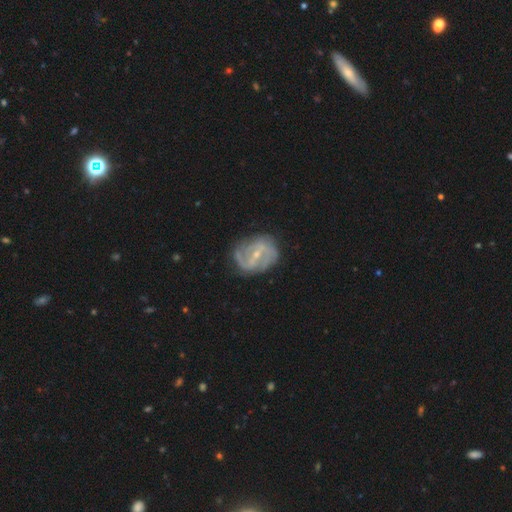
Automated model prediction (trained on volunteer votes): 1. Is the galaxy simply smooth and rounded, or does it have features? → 84% featured or disk, 10% smooth, 6% star or artifact.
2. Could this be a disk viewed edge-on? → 97% no, 3% yes.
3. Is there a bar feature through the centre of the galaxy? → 46% weak, 36% strong, 18% no.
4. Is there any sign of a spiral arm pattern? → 91% yes, 9% no.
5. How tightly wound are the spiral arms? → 43% medium, 33% tight, 24% loose.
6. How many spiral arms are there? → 61% 2, 18% can't tell, 10% 3, 4% 1, 3% 4, 3% more than 4.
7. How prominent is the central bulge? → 67% small, 30% moderate, 2% none, 1% large, 1% dominant.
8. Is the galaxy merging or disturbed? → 70% none, 20% minor disturbance, 8% major disturbance, 2% merger.